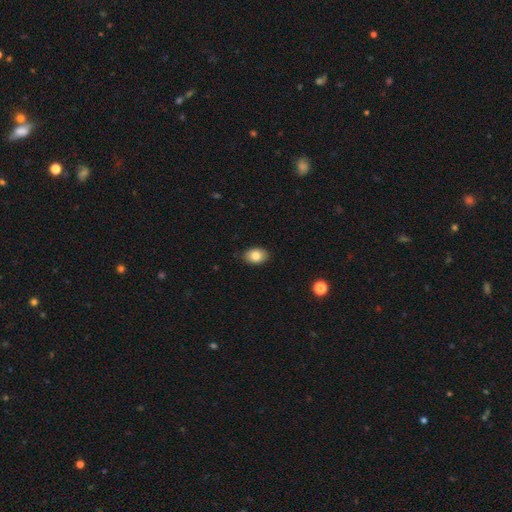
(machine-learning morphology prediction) Smooth or featured?
  - smooth: 84% *
  - featured or disk: 8%
  - star or artifact: 8%
How rounded?
  - in between: 83% *
  - round: 16%
  - cigar-shaped: 1%
Merging?
  - none: 85% *
  - minor disturbance: 12%
  - major disturbance: 2%
  - merger: 1%